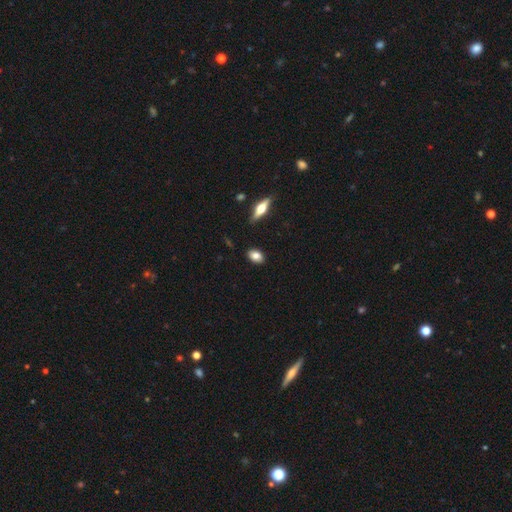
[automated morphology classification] smooth_or_featured: smooth (p=0.81) [alt: featured or disk p=0.11]
how_rounded: in between (p=0.81) [alt: round p=0.16]
merging: none (p=0.88) [alt: minor disturbance p=0.09]